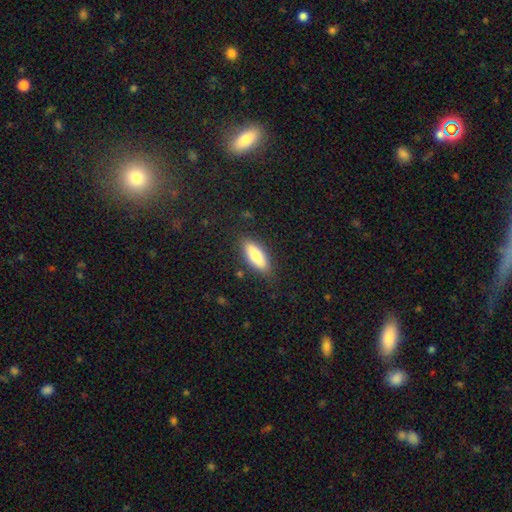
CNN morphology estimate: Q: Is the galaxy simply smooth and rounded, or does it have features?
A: smooth — 76%.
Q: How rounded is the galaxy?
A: in between — 68%.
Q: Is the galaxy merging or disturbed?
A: none — 82%.